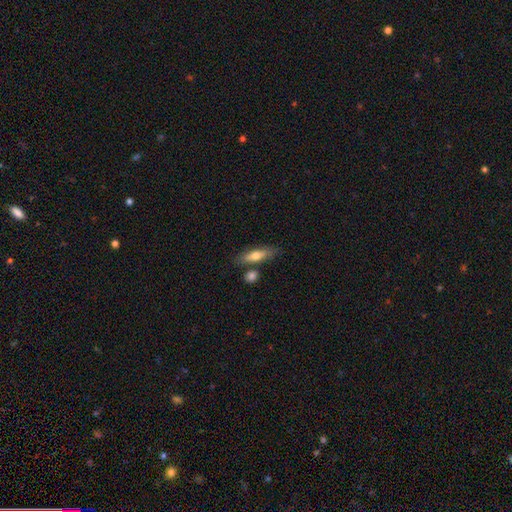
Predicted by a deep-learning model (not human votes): Morphology: type=smooth (64%); roundness=cigar-shaped (53%); merging=none (69%).